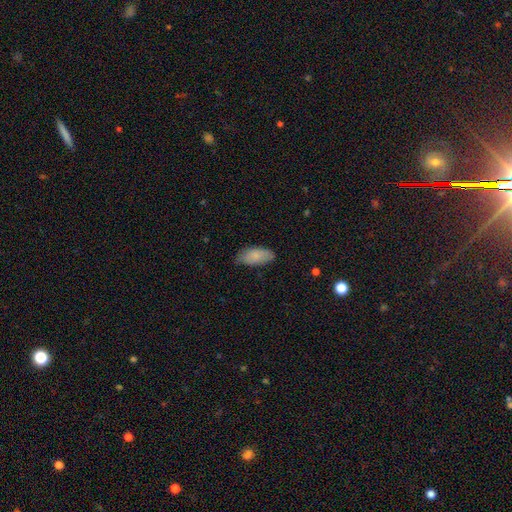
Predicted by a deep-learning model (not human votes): Smooth or featured? smooth (82%)
How rounded? in between (90%)
Merging? none (73%)